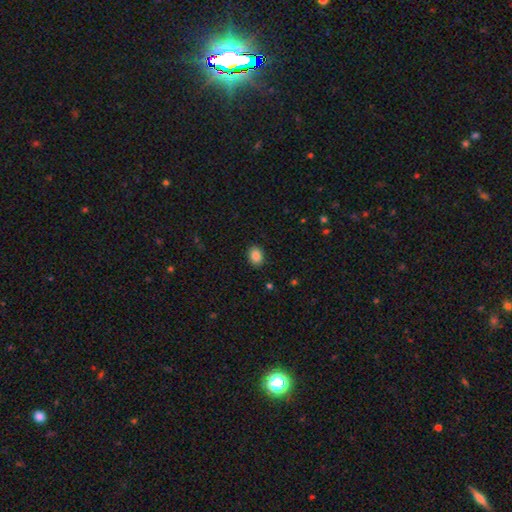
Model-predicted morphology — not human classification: Overall: smooth (87%). How rounded: in between (69%; round 30%). Merging: none (89%).